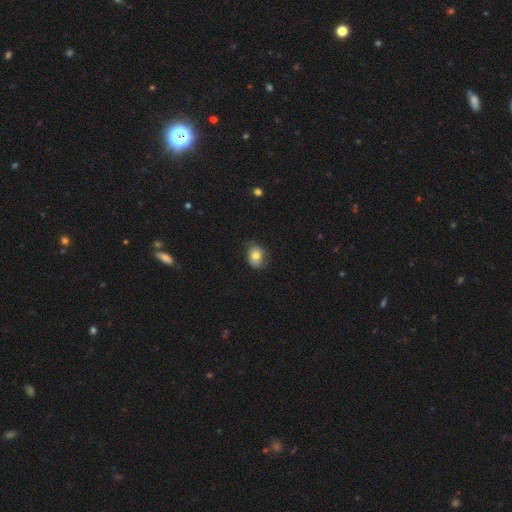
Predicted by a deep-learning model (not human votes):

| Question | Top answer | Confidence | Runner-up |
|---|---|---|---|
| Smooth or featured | smooth | 77% | featured or disk (14%) |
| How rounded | in between | 56% | round (43%) |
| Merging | none | 64% | minor disturbance (29%) |